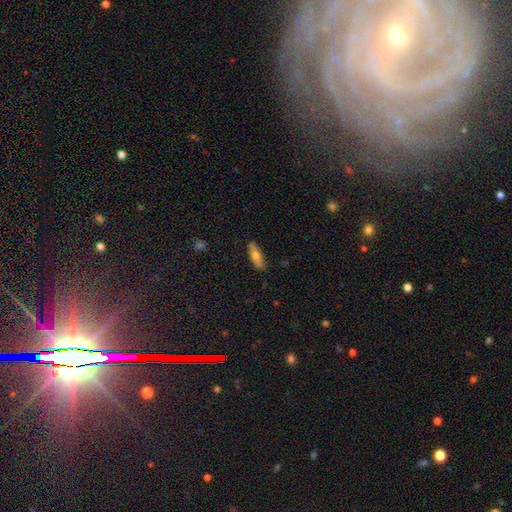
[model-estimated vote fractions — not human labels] smooth-or-featured: smooth: 66% | featured or disk: 28% | star or artifact: 6%
  how-rounded: in between: 51% | cigar-shaped: 46% | round: 2%
  merging: none: 85% | minor disturbance: 12% | major disturbance: 2% | merger: 1%